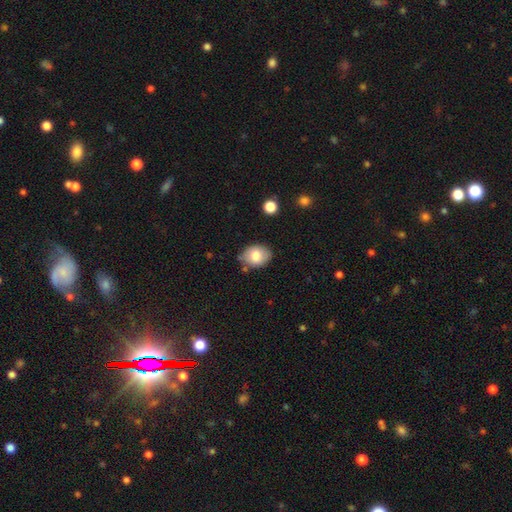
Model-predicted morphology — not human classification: Overall: smooth (79%). How rounded: in between (68%; round 31%). Merging: none (74%).